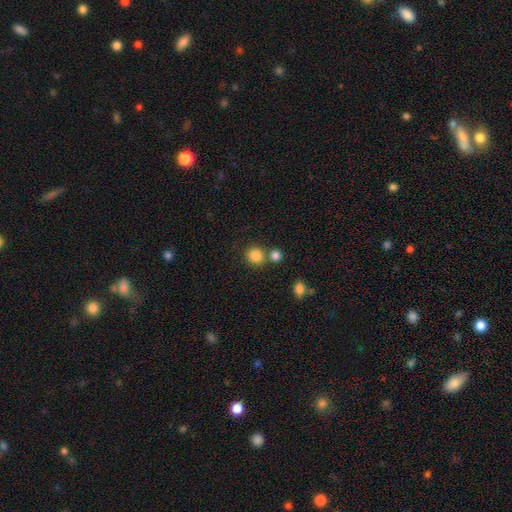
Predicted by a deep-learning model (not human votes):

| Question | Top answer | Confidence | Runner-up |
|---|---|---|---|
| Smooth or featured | smooth | 84% | star or artifact (11%) |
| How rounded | round | 89% | in between (10%) |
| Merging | none | 68% | merger (21%) |